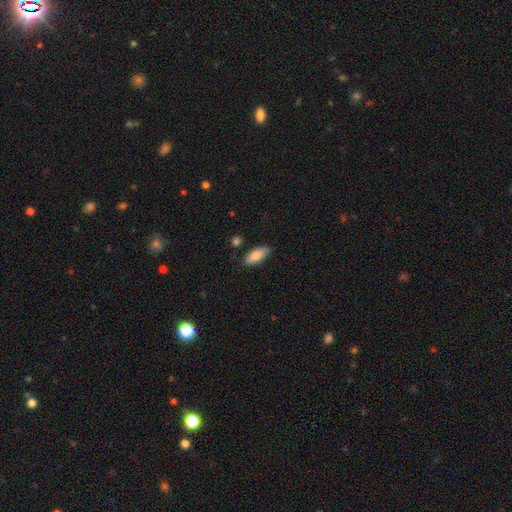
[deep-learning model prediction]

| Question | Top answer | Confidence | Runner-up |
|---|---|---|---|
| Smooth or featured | smooth | 82% | featured or disk (12%) |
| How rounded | in between | 80% | cigar-shaped (18%) |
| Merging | none | 82% | minor disturbance (13%) |